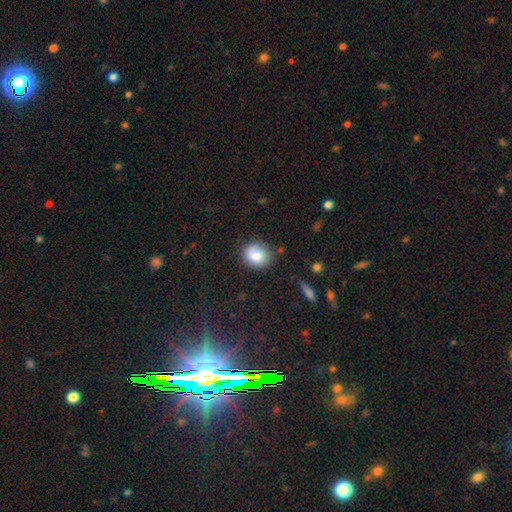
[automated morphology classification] type=smooth (79%); roundness=round (73%); merging=none (74%).